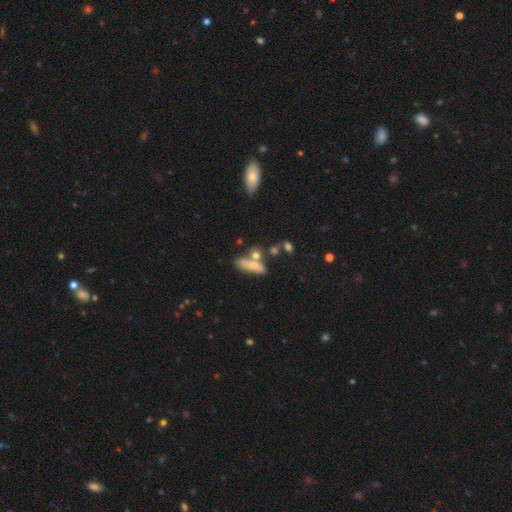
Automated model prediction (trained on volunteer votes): smooth 64%, featured or disk 25%, star or artifact 11%. Down the decision tree: how rounded — in between (58%); merging — none (40%).